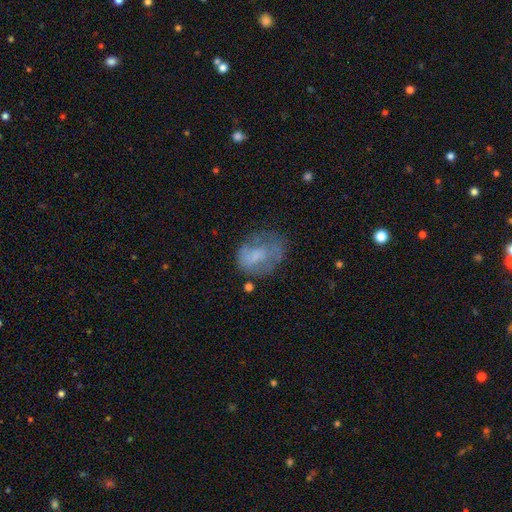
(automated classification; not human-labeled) Q: Smooth or featured?
A: smooth (52%); runner-up: featured or disk (37%)
Q: How rounded?
A: in between (59%); runner-up: round (40%)
Q: Merging?
A: none (43%); runner-up: minor disturbance (27%)